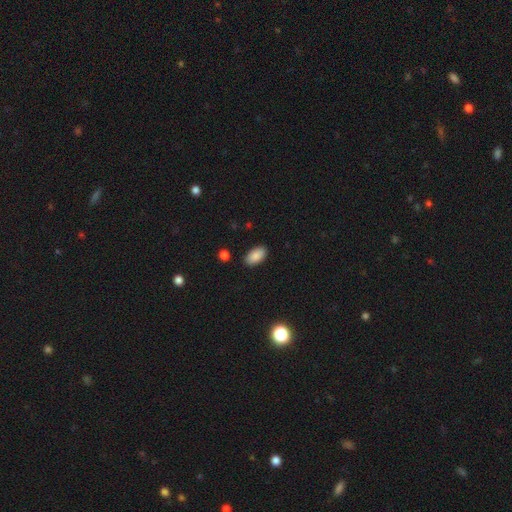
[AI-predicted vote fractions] Smooth or featured?
  - smooth: 87% *
  - star or artifact: 8%
  - featured or disk: 5%
How rounded?
  - in between: 95% *
  - round: 3%
  - cigar-shaped: 2%
Merging?
  - none: 87% *
  - minor disturbance: 9%
  - major disturbance: 2%
  - merger: 1%